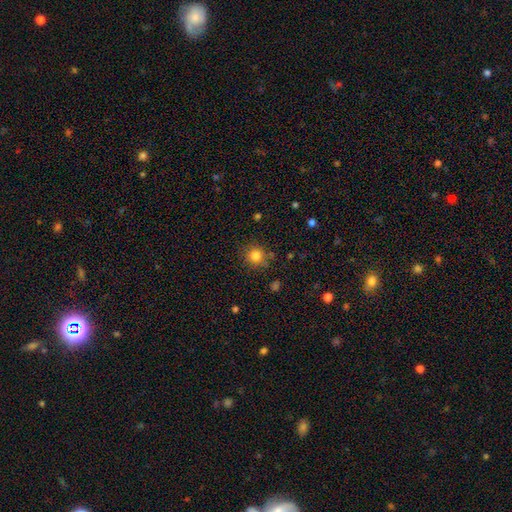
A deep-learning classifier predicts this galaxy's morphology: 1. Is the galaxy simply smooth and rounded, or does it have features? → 82% smooth, 12% star or artifact, 5% featured or disk.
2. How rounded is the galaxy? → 89% round, 10% in between, 1% cigar-shaped.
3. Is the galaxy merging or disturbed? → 82% none, 11% minor disturbance, 4% major disturbance, 3% merger.